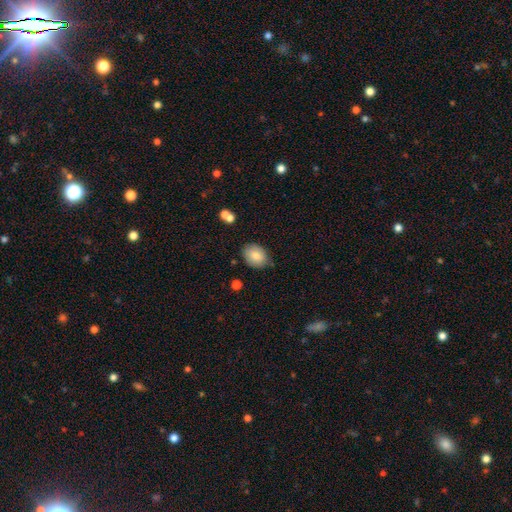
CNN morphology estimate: smooth 81%, featured or disk 11%, star or artifact 8%. Down the decision tree: how rounded — in between (60%); merging — none (75%).